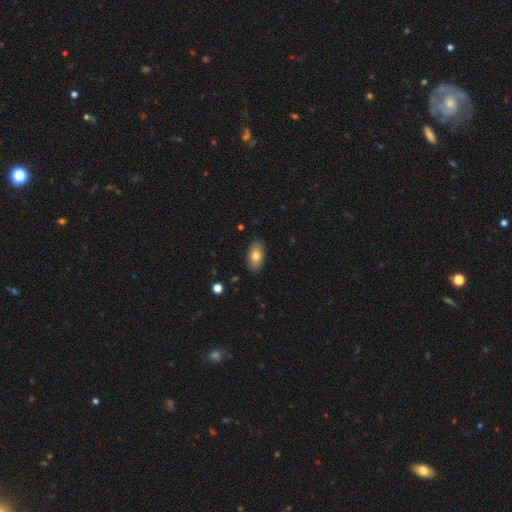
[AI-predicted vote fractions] Q: Smooth or featured?
A: smooth (77%); runner-up: featured or disk (15%)
Q: How rounded?
A: in between (92%); runner-up: round (6%)
Q: Merging?
A: none (87%); runner-up: minor disturbance (10%)